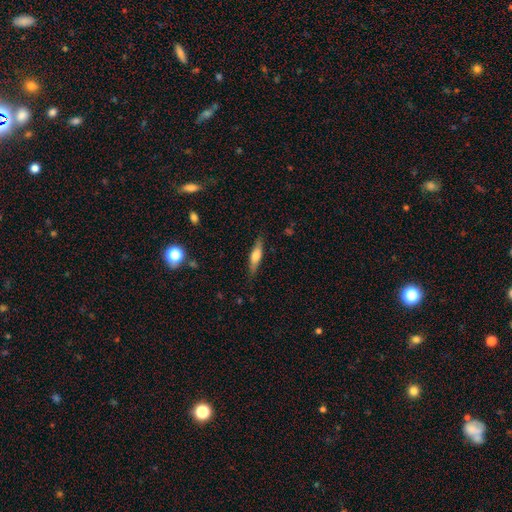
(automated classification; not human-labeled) Morphology: type=smooth (54%); roundness=cigar-shaped (68%); merging=none (83%).